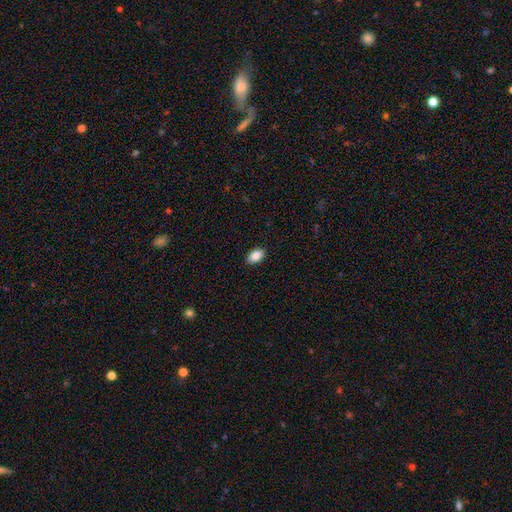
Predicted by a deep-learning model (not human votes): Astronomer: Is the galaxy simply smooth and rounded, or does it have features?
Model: smooth — 88%.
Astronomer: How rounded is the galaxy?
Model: in between — 92%.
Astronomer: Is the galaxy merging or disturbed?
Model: none — 90%.